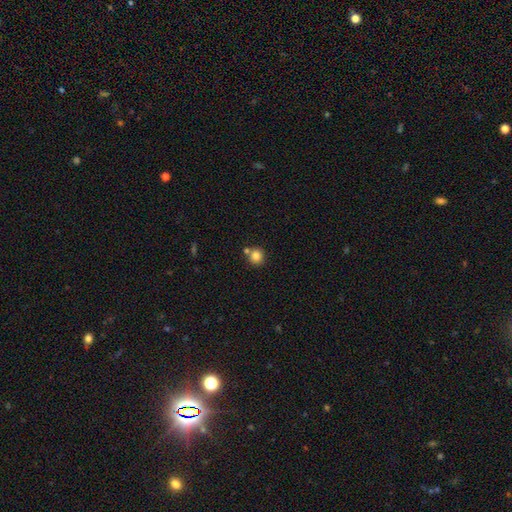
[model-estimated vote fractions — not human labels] smooth 83%, star or artifact 11%, featured or disk 6%. Down the decision tree: how rounded — round (90%); merging — none (70%).